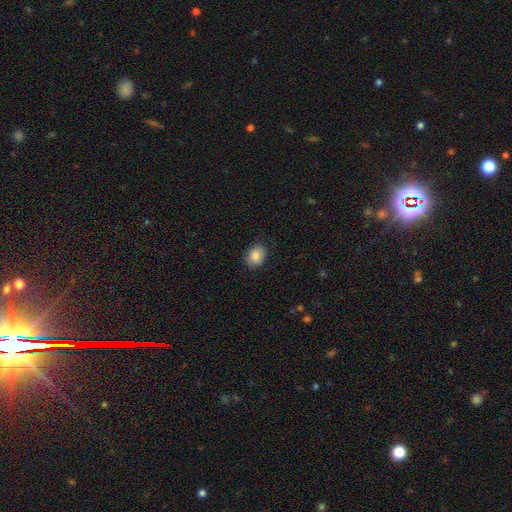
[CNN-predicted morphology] smooth 86%, star or artifact 8%, featured or disk 6%. Down the decision tree: how rounded — in between (52%); merging — none (86%).